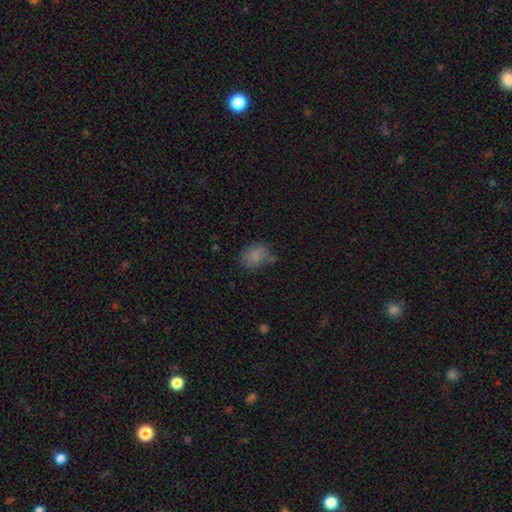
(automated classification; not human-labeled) Smooth or featured? Predicted: smooth (p=0.81). How rounded? Predicted: in between (p=0.59). Merging? Predicted: none (p=0.64).